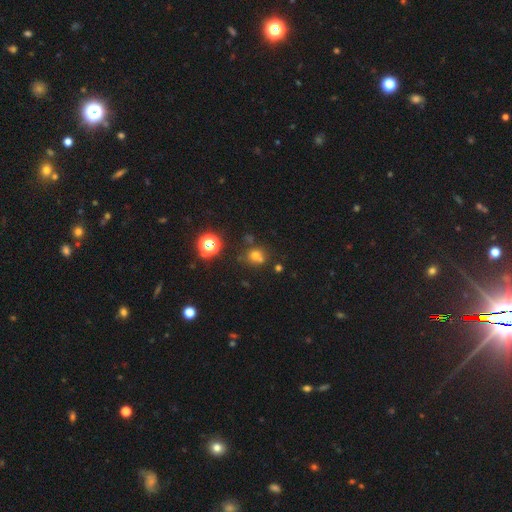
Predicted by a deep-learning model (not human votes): smooth 65%, star or artifact 24%, featured or disk 11%. Down the decision tree: how rounded — round (78%); merging — none (57%).